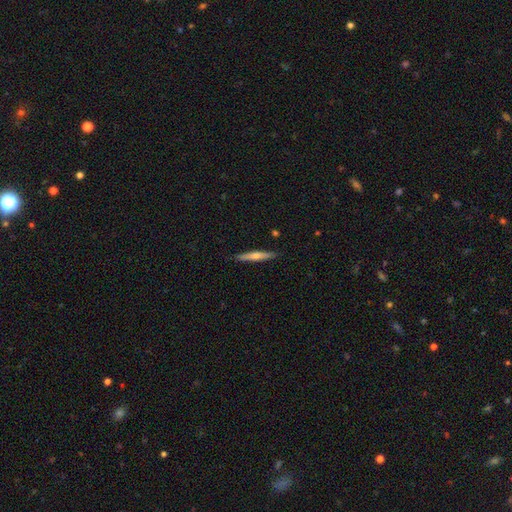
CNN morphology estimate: type=featured or disk (57%); edge-on=yes (97%); edge-on bulge=rounded (77%); merging=none (90%).